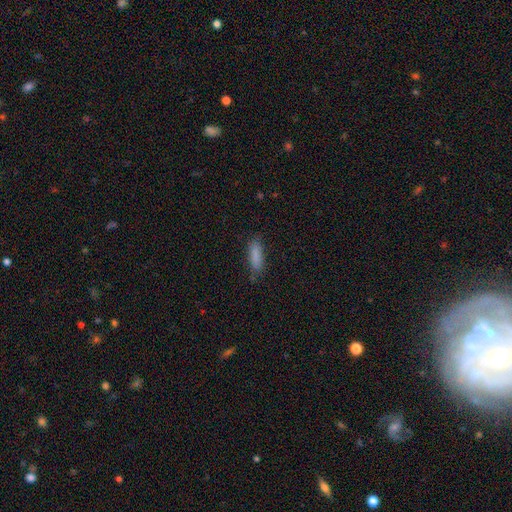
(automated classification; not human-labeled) smooth_or_featured: smooth (p=0.87) [alt: star or artifact p=0.08]
how_rounded: in between (p=0.50) [alt: cigar-shaped p=0.49]
merging: none (p=0.80) [alt: minor disturbance p=0.15]